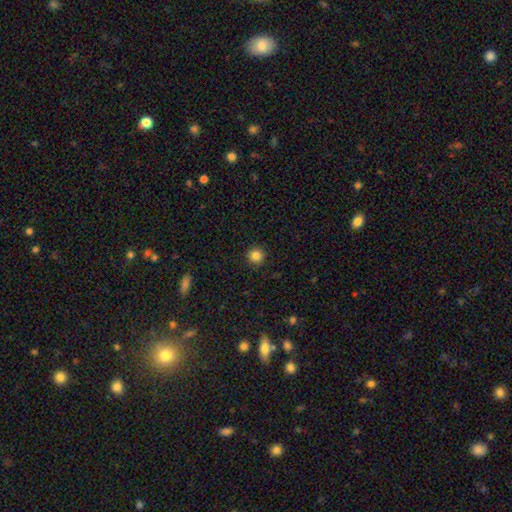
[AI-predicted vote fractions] Smooth or featured?
  - smooth: 84% *
  - star or artifact: 11%
  - featured or disk: 4%
How rounded?
  - round: 95% *
  - in between: 4%
  - cigar-shaped: 1%
Merging?
  - none: 92% *
  - minor disturbance: 5%
  - major disturbance: 2%
  - merger: 1%